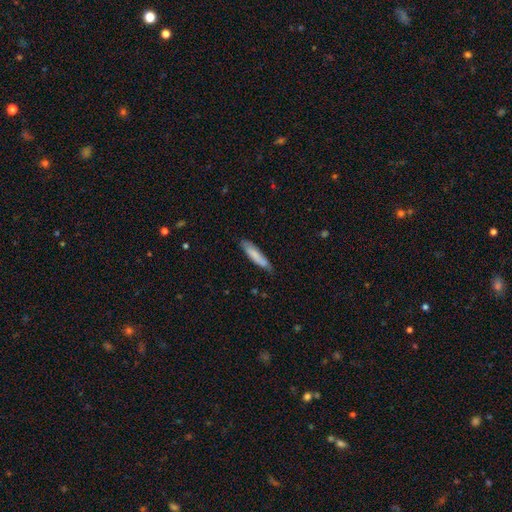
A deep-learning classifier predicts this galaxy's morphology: smooth_or_featured: smooth (p=0.79) [alt: featured or disk p=0.16]
how_rounded: cigar-shaped (p=0.80) [alt: in between p=0.19]
merging: none (p=0.80) [alt: minor disturbance p=0.16]